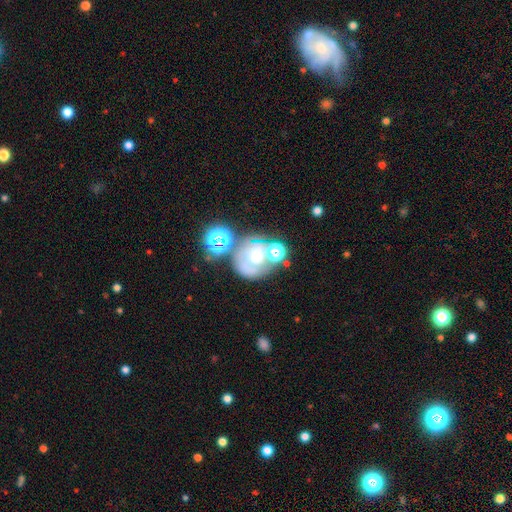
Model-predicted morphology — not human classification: A featured or disk galaxy (45%).

Vote fractions:
- Smooth or featured? featured or disk: 45% / smooth: 31% / star or artifact: 24%
- Merging? none: 47% / merger: 21% / minor disturbance: 17% / major disturbance: 14%